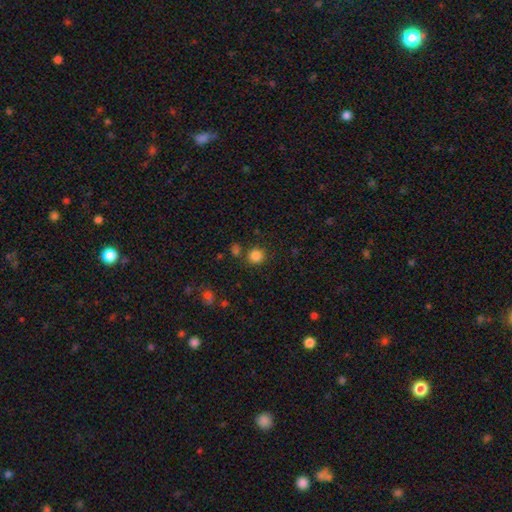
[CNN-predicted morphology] This appears to be a smooth galaxy with no disk features (84%) that is round (92%). Merging: none (80%).